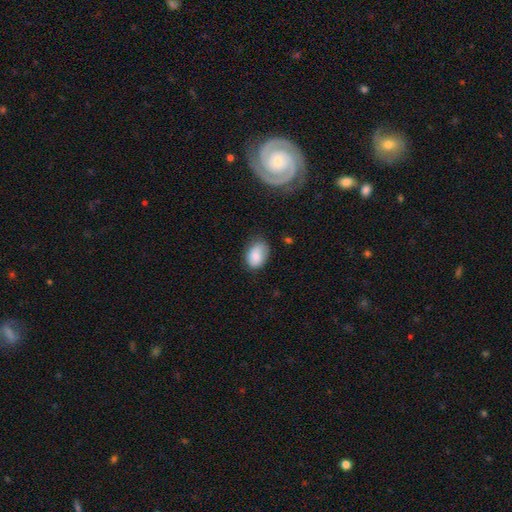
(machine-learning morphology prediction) smooth_or_featured: smooth (p=0.85) [alt: featured or disk p=0.08]
how_rounded: in between (p=0.82) [alt: round p=0.17]
merging: none (p=0.65) [alt: minor disturbance p=0.27]